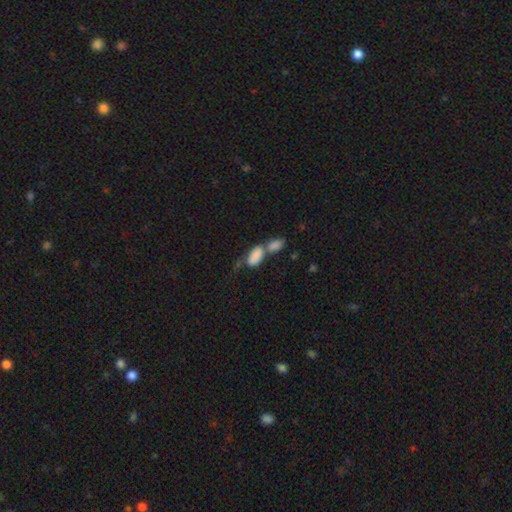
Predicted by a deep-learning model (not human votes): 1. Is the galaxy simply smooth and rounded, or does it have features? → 82% smooth, 10% featured or disk, 8% star or artifact.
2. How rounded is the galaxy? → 91% in between, 5% cigar-shaped, 4% round.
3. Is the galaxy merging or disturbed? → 65% merger, 19% none, 9% minor disturbance, 7% major disturbance.